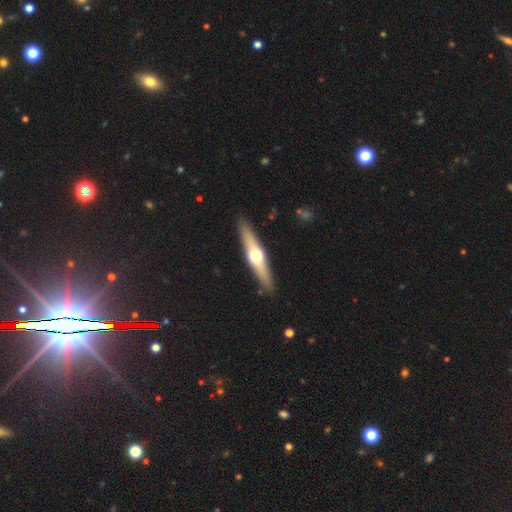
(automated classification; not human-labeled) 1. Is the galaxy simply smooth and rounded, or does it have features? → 60% featured or disk, 35% smooth, 5% star or artifact.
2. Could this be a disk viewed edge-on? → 94% yes, 6% no.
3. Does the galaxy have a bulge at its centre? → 95% rounded, 3% none, 2% boxy.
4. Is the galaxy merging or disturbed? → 90% none, 7% minor disturbance, 2% major disturbance, 1% merger.